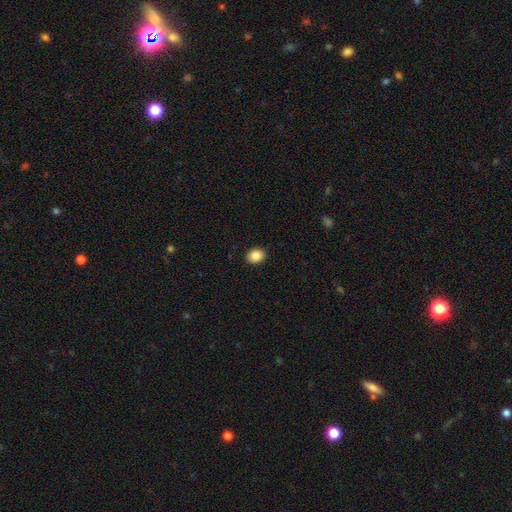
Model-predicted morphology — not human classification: type=smooth (86%); roundness=round (52%); merging=none (91%).